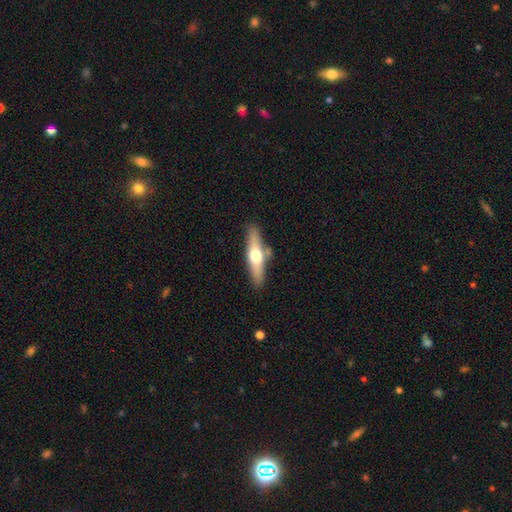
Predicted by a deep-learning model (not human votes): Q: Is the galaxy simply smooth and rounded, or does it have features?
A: featured or disk — 52%.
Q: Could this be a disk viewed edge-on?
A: yes — 91%.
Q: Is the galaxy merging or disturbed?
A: none — 78%.